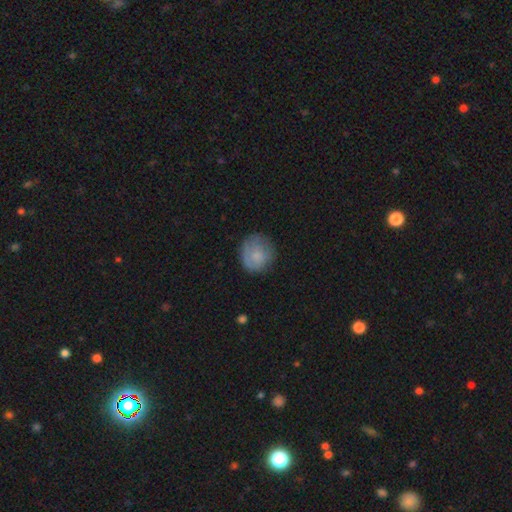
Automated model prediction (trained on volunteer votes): Smooth or featured? Predicted: smooth (p=0.75). How rounded? Predicted: round (p=0.84). Merging? Predicted: none (p=0.69).